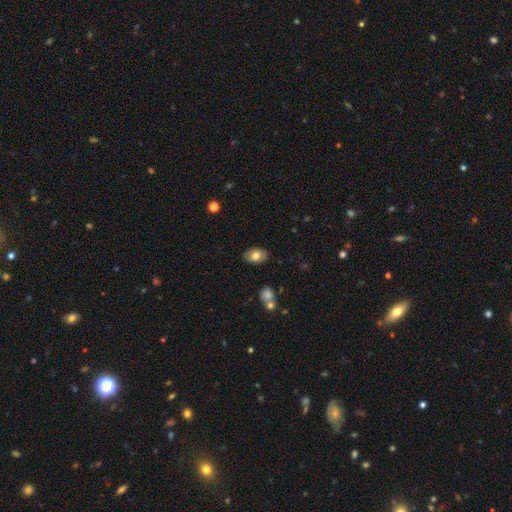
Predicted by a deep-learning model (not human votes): Smooth or featured: smooth — 76% (featured or disk — 16%)
How rounded: in between — 89% (round — 10%)
Merging: none — 86% (minor disturbance — 10%)